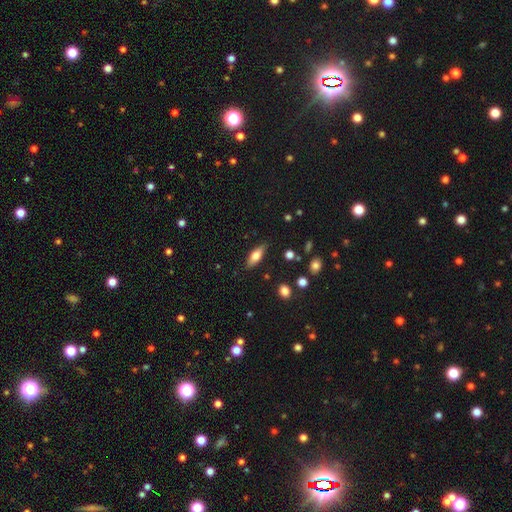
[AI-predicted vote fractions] This appears to be a smooth galaxy with no disk features (69%) that is in between round and cigar-shaped (68%). Merging: none (84%).